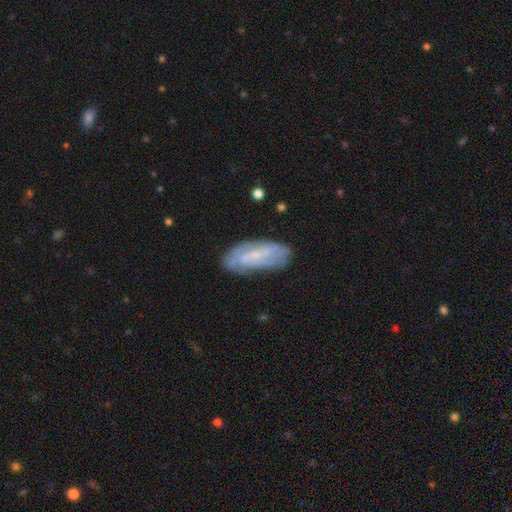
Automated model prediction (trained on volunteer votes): This appears to be a featured or disk galaxy (65%) with a weak bar (44%), spiral arms (75%) and a small central bulge (72%). Merging: none (73%).